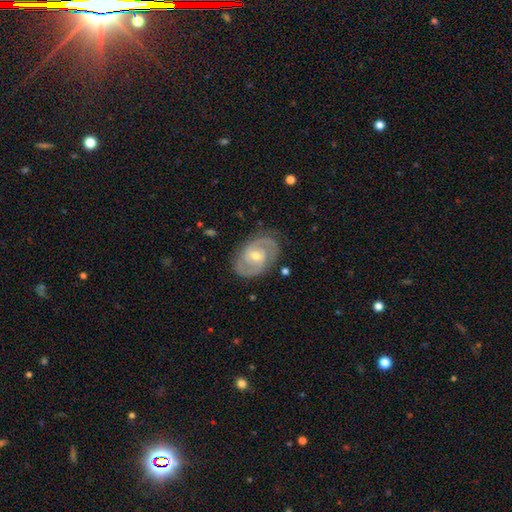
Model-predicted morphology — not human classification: smooth_or_featured: featured or disk (p=0.87) [alt: smooth p=0.08]
disk_edge_on: no (p=0.97) [alt: yes p=0.03]
bar: no (p=0.54) [alt: weak p=0.37]
has_spiral_arms: yes (p=0.95) [alt: no p=0.05]
spiral_winding: tight (p=0.51) [alt: medium p=0.41]
spiral_arm_count: 2 (p=0.85) [alt: can't tell p=0.06]
bulge_size: moderate (p=0.55) [alt: small p=0.42]
merging: none (p=0.82) [alt: minor disturbance p=0.13]